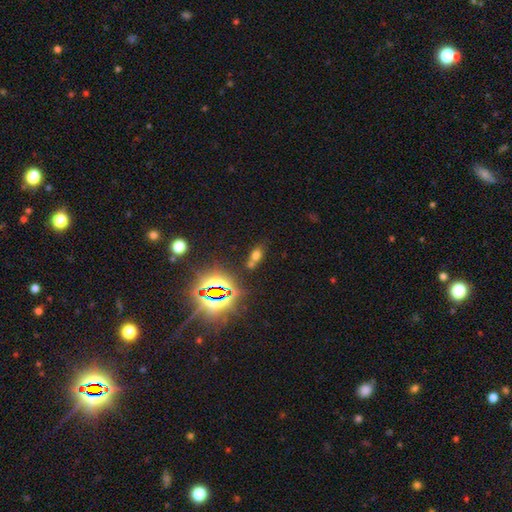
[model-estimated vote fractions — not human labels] The model was most divided on "merging": none: 51%, merger: 32%, minor disturbance: 12%, major disturbance: 5%. More confident: how rounded — in between (73%); smooth or featured — smooth (55%).